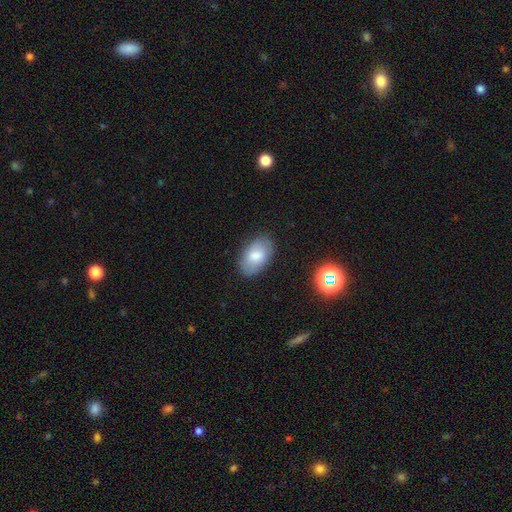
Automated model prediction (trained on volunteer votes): Morphology: type=smooth (73%); roundness=in between (93%); merging=none (82%).